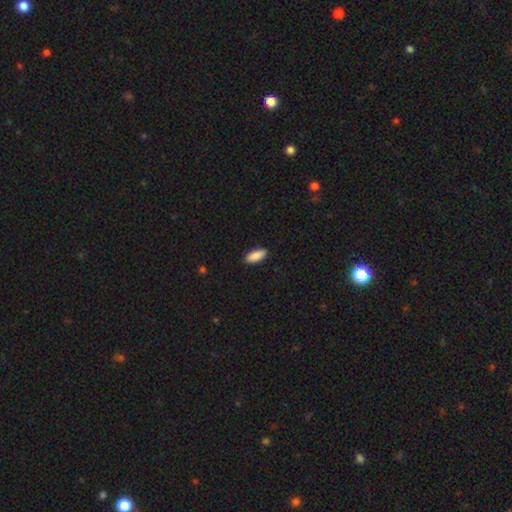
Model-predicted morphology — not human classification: This appears to be a smooth galaxy with no disk features (90%) that is in between round and cigar-shaped (84%). Merging: none (89%).